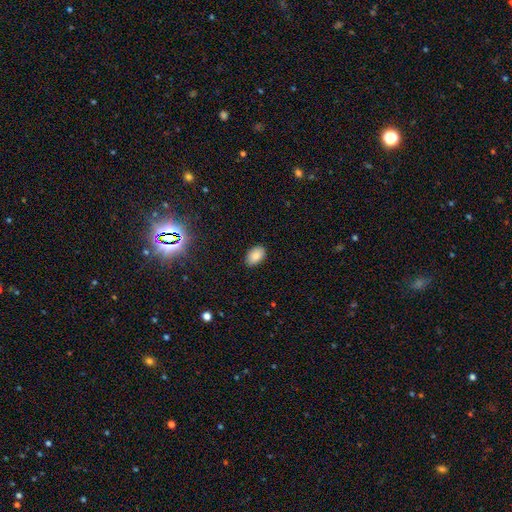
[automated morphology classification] type=smooth (87%); roundness=in between (89%); merging=none (87%).